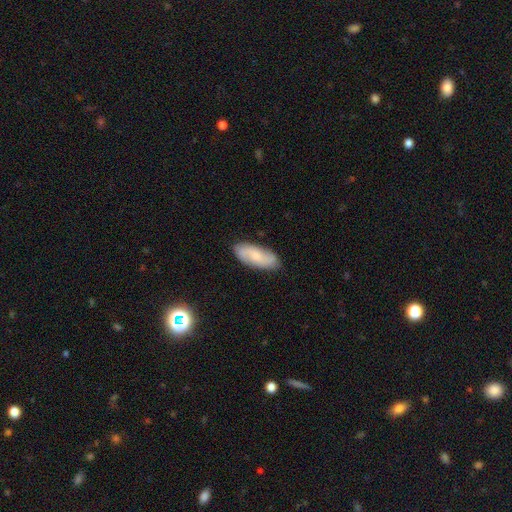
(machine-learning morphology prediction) smooth_or_featured: smooth (p=0.48) [alt: featured or disk p=0.45]
merging: none (p=0.84) [alt: minor disturbance p=0.12]